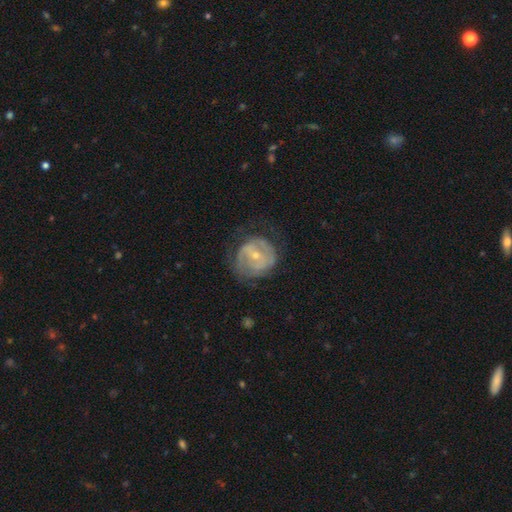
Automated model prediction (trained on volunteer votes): Q: Smooth or featured?
A: featured or disk (69%); runner-up: smooth (24%)
Q: Edge-on disk?
A: no (97%); runner-up: yes (3%)
Q: Bar?
A: no (45%); runner-up: weak (40%)
Q: Spiral arms?
A: yes (70%); runner-up: no (30%)
Q: Bulge size?
A: small (62%); runner-up: moderate (35%)
Q: Merging?
A: none (57%); runner-up: minor disturbance (23%)